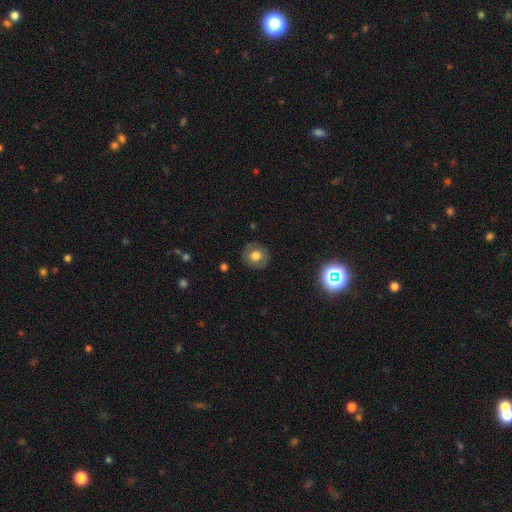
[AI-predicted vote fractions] The model was most divided on "smooth or featured": smooth: 65%, featured or disk: 24%, star or artifact: 10%. More confident: how rounded — round (86%); merging — none (85%).